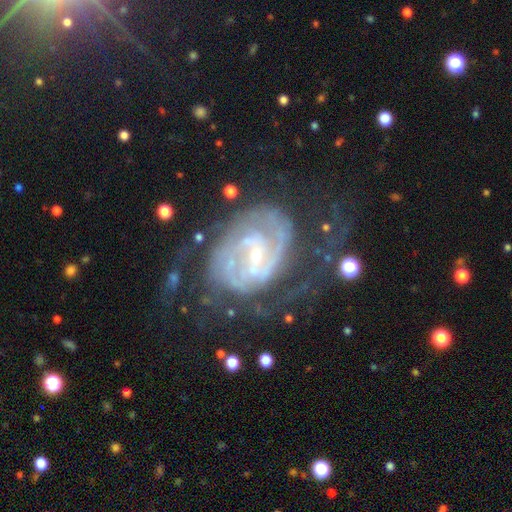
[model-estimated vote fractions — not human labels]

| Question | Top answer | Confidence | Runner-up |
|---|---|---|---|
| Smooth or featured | featured or disk | 89% | star or artifact (6%) |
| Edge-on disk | no | 97% | yes (3%) |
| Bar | weak | 50% | no (28%) |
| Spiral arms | yes | 95% | no (5%) |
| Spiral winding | tight | 52% | medium (38%) |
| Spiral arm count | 2 | 56% | can't tell (20%) |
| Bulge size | small | 73% | moderate (21%) |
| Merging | none | 52% | major disturbance (24%) |